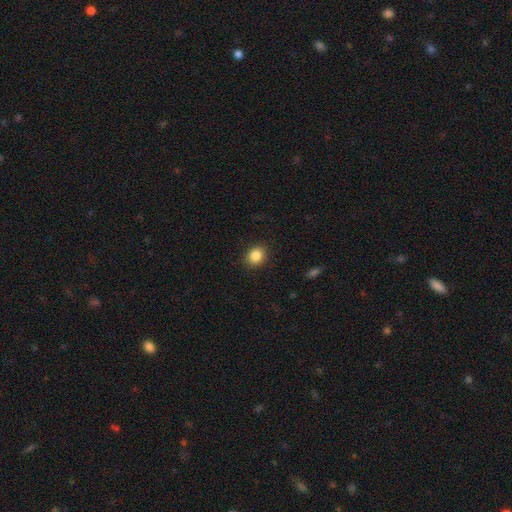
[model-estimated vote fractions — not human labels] Smooth or featured? Predicted: smooth (p=0.86). How rounded? Predicted: round (p=0.66). Merging? Predicted: none (p=0.89).